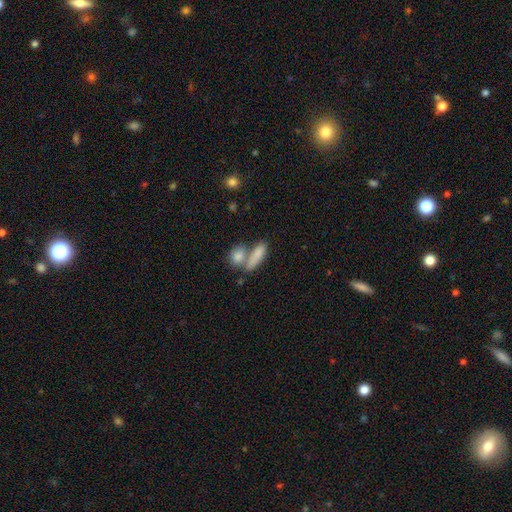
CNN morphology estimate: Smooth or featured: smooth — 80% (featured or disk — 12%)
How rounded: in between — 56% (cigar-shaped — 37%)
Merging: merger — 43% (none — 42%)